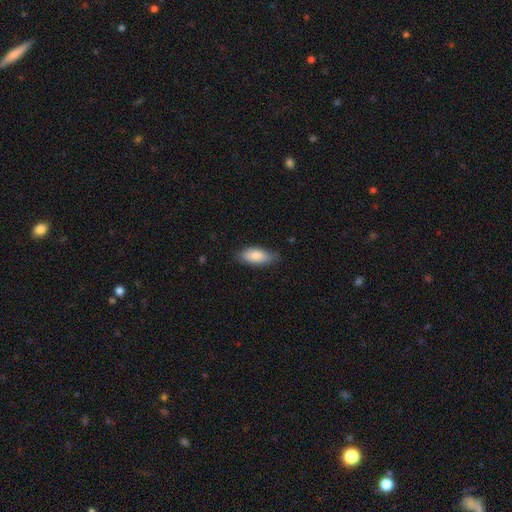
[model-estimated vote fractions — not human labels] Smooth or featured? Predicted: smooth (p=0.84). How rounded? Predicted: in between (p=0.85). Merging? Predicted: none (p=0.72).